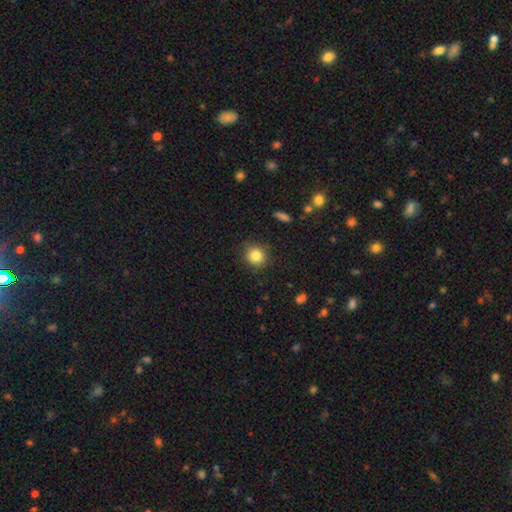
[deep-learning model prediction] Overall: smooth (84%). How rounded: round (87%). Merging: none (87%).